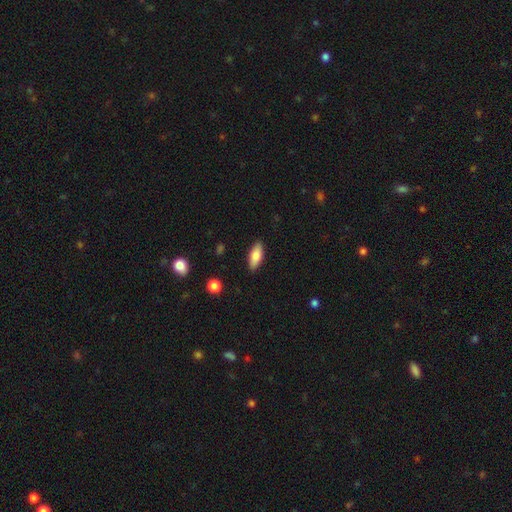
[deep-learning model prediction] This is clearly a smooth galaxy (80%). How rounded: likely in between (78%). Merging: clearly none (88%).